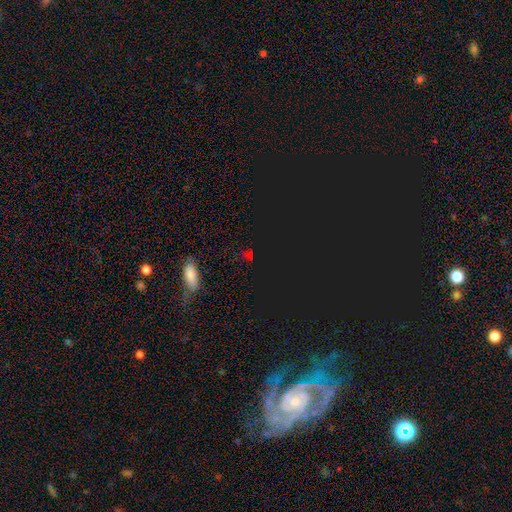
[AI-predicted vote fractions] A star or artifact, not a galaxy (71%).

Vote fractions:
- Smooth or featured? star or artifact: 71% / smooth: 21% / featured or disk: 8%